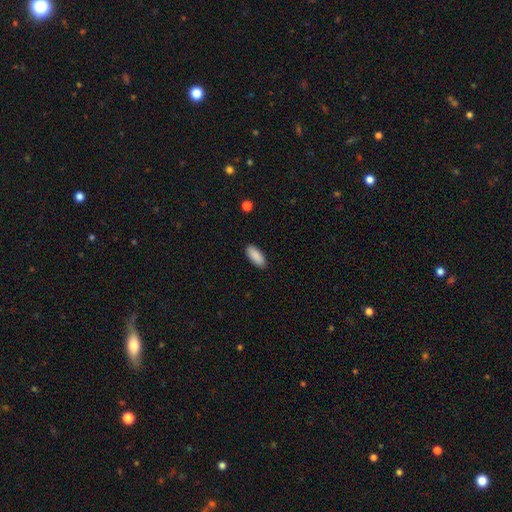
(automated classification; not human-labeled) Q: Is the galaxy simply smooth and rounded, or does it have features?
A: smooth — 90%.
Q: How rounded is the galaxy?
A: in between — 82%.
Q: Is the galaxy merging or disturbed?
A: none — 89%.